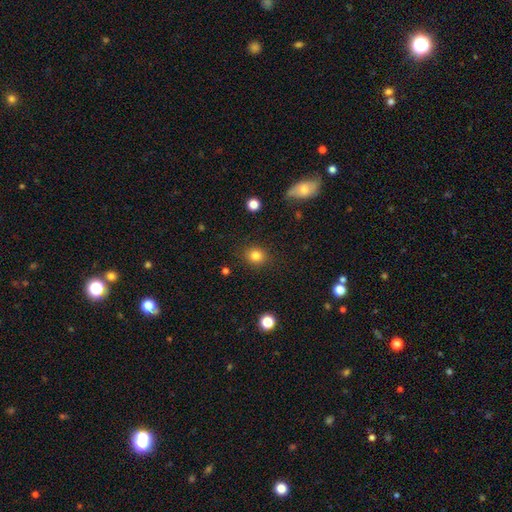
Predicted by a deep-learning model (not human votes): Smooth or featured?
  - smooth: 83% *
  - star or artifact: 11%
  - featured or disk: 5%
How rounded?
  - round: 76% *
  - in between: 24%
  - cigar-shaped: 1%
Merging?
  - none: 88% *
  - minor disturbance: 8%
  - major disturbance: 3%
  - merger: 1%